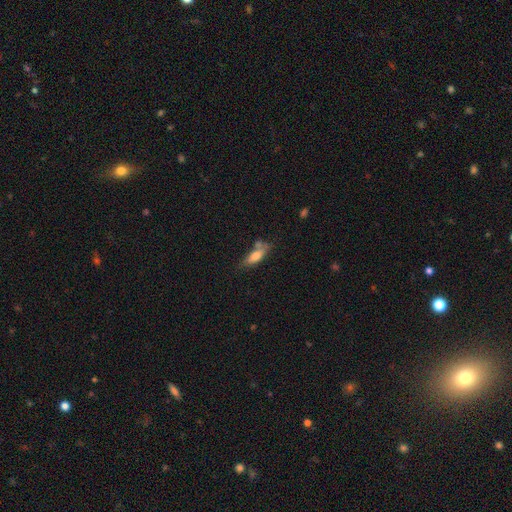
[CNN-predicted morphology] smooth 72%, featured or disk 20%, star or artifact 8%. Down the decision tree: how rounded — in between (60%); merging — none (46%).